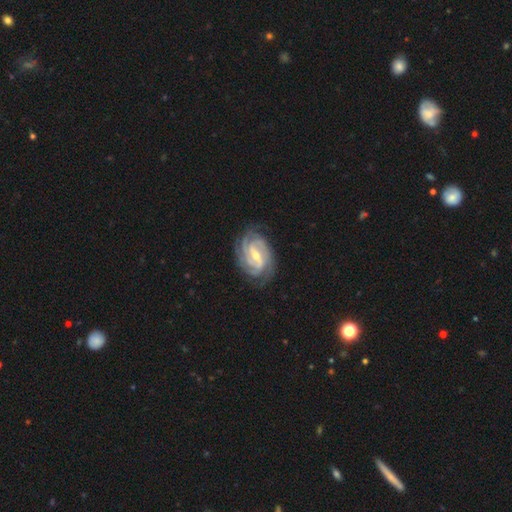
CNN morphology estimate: Q: Smooth or featured?
A: featured or disk (92%); runner-up: smooth (4%)
Q: Edge-on disk?
A: no (97%); runner-up: yes (3%)
Q: Bar?
A: weak (45%); runner-up: strong (41%)
Q: Spiral arms?
A: yes (98%); runner-up: no (2%)
Q: Spiral winding?
A: tight (69%); runner-up: medium (26%)
Q: Spiral arm count?
A: 3 (33%); runner-up: 4 (22%)
Q: Bulge size?
A: moderate (50%); runner-up: small (46%)
Q: Merging?
A: none (79%); runner-up: minor disturbance (15%)